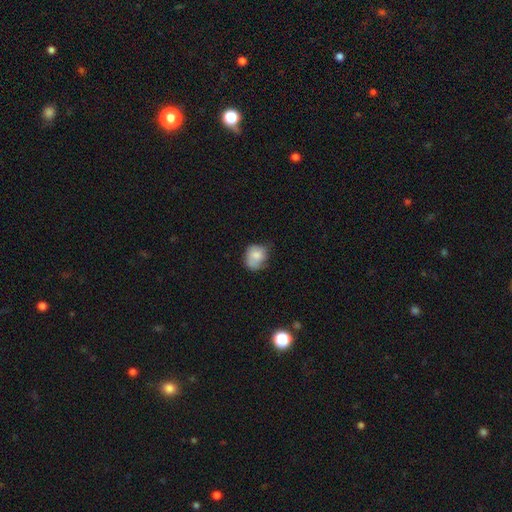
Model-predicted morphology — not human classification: smooth-or-featured: smooth: 75% | featured or disk: 17% | star or artifact: 9%
  how-rounded: round: 58% | in between: 41% | cigar-shaped: 1%
  merging: none: 46% | minor disturbance: 37% | major disturbance: 13% | merger: 4%